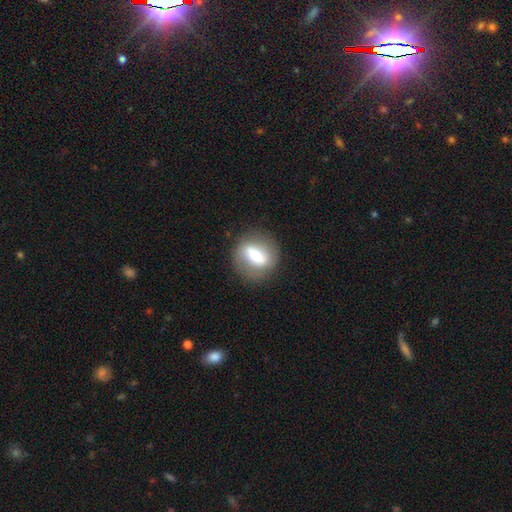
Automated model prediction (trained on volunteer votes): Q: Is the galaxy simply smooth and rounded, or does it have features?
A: smooth — 49%.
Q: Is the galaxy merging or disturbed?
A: none — 80%.